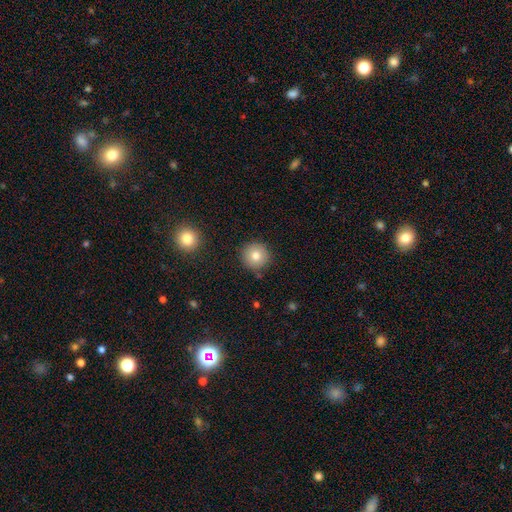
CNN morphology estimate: smooth-or-featured: smooth: 80% | star or artifact: 10% | featured or disk: 10%
  how-rounded: round: 95% | in between: 4% | cigar-shaped: 1%
  merging: none: 89% | minor disturbance: 7% | merger: 2% | major disturbance: 2%